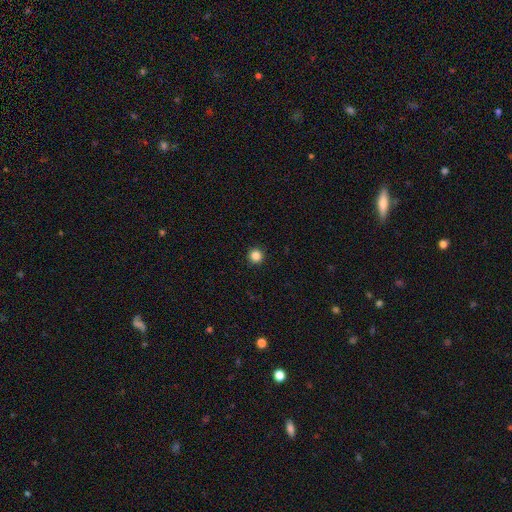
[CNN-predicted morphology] Smooth or featured? Predicted: smooth (p=0.85). How rounded? Predicted: round (p=0.96). Merging? Predicted: none (p=0.94).